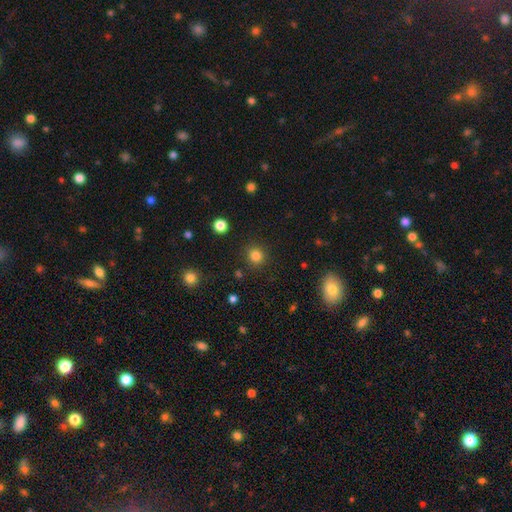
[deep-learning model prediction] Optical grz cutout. It shows a smooth galaxy with no disk features (82%) that is round (91%). Merging: none (89%).